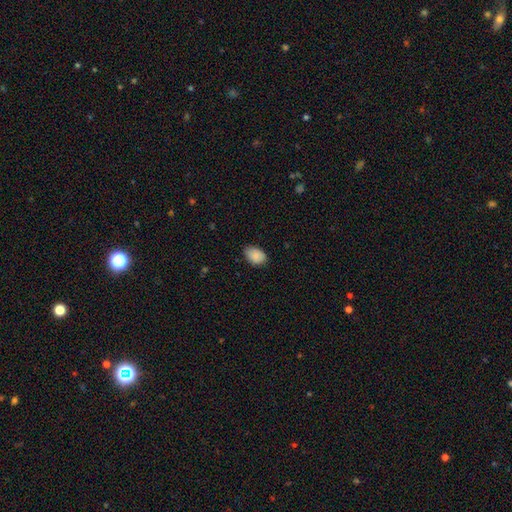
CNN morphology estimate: The model was most divided on "merging": none: 77%, minor disturbance: 19%, major disturbance: 3%, merger: 1%. More confident: smooth or featured — smooth (89%); how rounded — in between (82%).